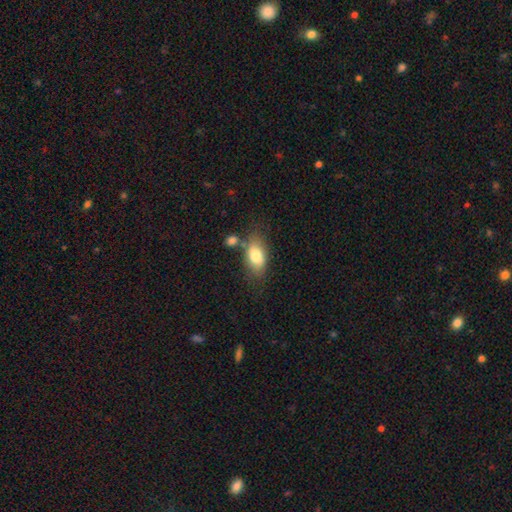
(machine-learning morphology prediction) Smooth or featured: smooth — 78% (featured or disk — 15%)
How rounded: in between — 89% (round — 8%)
Merging: none — 62% (minor disturbance — 18%)